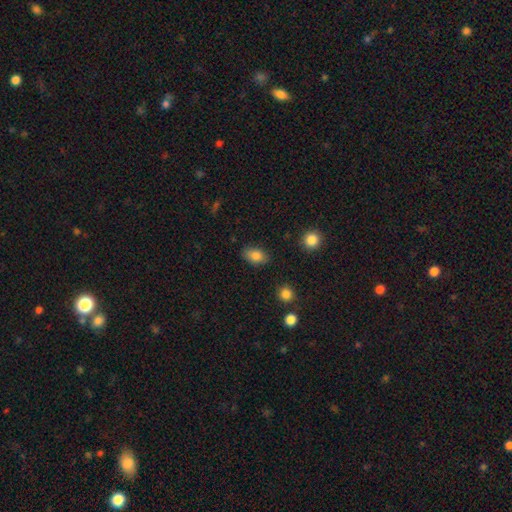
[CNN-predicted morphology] The model was most divided on "how rounded": in between: 85%, round: 13%, cigar-shaped: 2%. More confident: merging — none (84%); smooth or featured — smooth (83%).